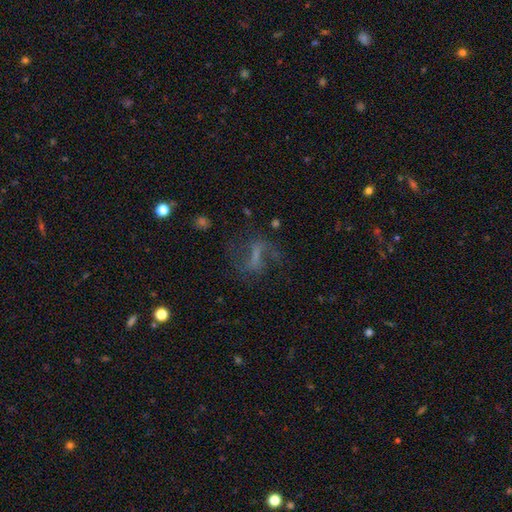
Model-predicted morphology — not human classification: Smooth or featured: featured or disk — 56% (smooth — 25%)
Edge-on disk: no — 93% (yes — 7%)
Bar: weak — 40% (strong — 34%)
Spiral arms: yes — 65% (no — 35%)
Bulge size: none — 49% (small — 31%)
Merging: none — 54% (major disturbance — 25%)